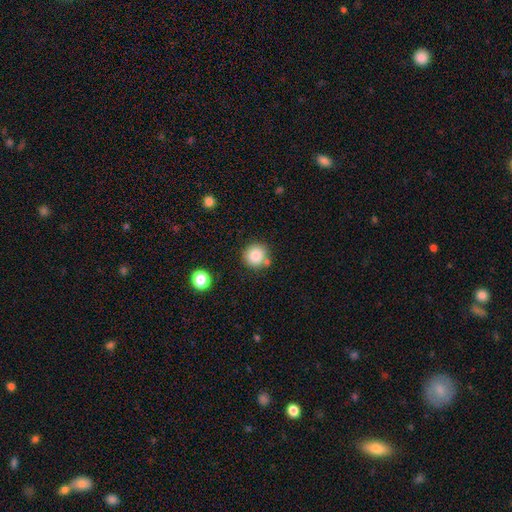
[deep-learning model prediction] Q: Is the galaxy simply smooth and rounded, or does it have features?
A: smooth — 84%.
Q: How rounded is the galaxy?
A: round — 93%.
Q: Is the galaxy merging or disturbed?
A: none — 78%.